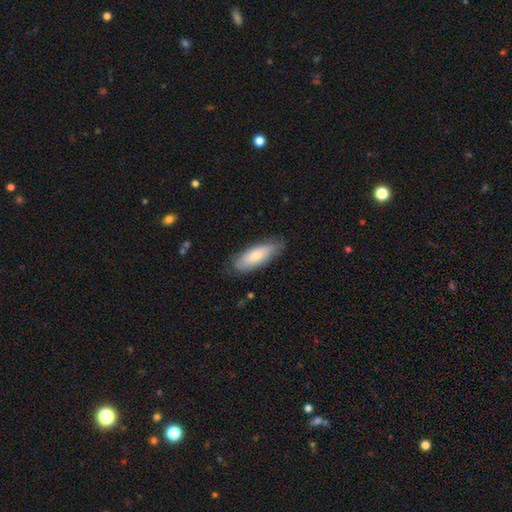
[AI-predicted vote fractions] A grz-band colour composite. It shows a smooth galaxy with no disk features (74%) that is in between round and cigar-shaped (66%). Merging: none (79%).